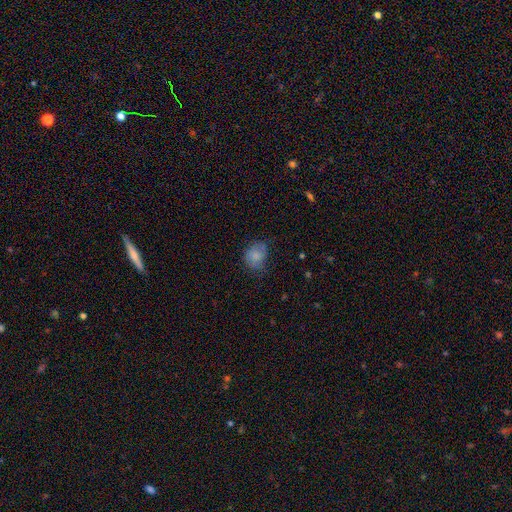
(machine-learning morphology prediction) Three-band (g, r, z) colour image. It shows a smooth galaxy with no disk features (78%) that is round (54%). Merging: none (52%).